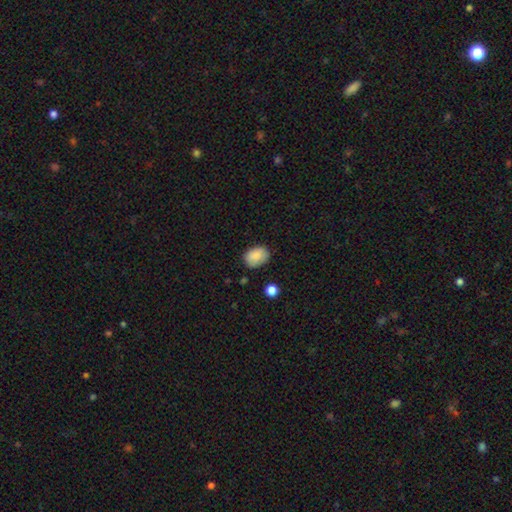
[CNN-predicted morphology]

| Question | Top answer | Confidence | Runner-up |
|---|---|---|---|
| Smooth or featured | smooth | 87% | star or artifact (8%) |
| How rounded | in between | 75% | round (24%) |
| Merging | none | 76% | minor disturbance (18%) |